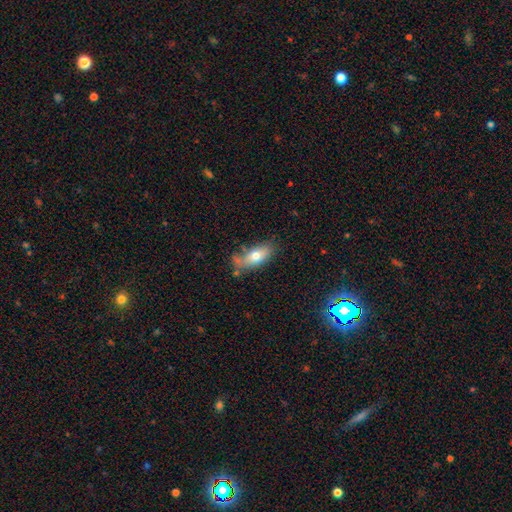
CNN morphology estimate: The model was most divided on "merging": none: 54%, minor disturbance: 26%, major disturbance: 10%, merger: 10%. More confident: how rounded — in between (81%); smooth or featured — smooth (69%).